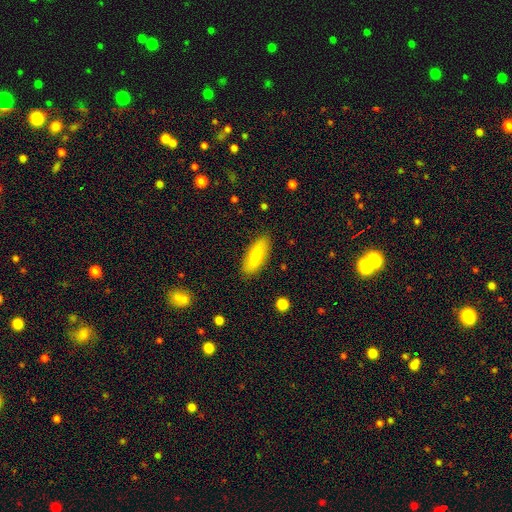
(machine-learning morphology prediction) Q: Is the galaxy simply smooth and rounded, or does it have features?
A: smooth — 72%.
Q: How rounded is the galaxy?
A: in between — 66%.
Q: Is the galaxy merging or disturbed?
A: none — 87%.